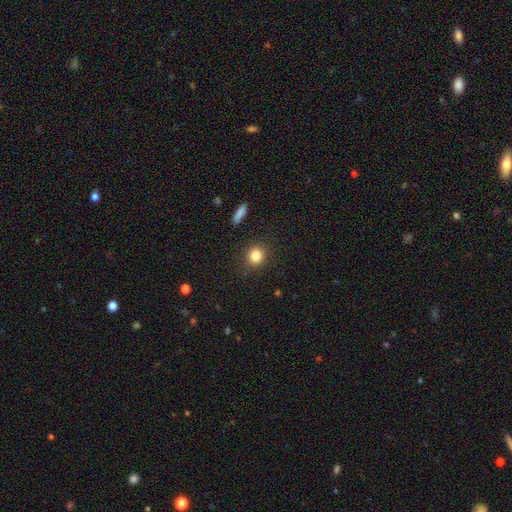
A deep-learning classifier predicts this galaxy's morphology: This appears to be a smooth galaxy with no disk features (82%) that is round (80%). Merging: none (87%).